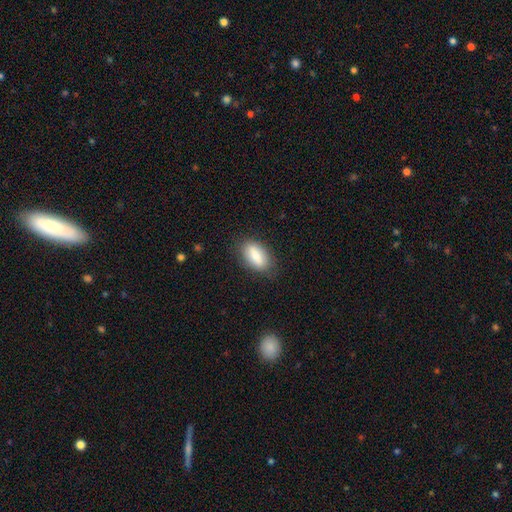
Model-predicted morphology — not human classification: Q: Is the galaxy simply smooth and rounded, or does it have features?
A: smooth — 82%.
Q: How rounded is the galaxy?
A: in between — 89%.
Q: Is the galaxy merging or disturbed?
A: none — 81%.